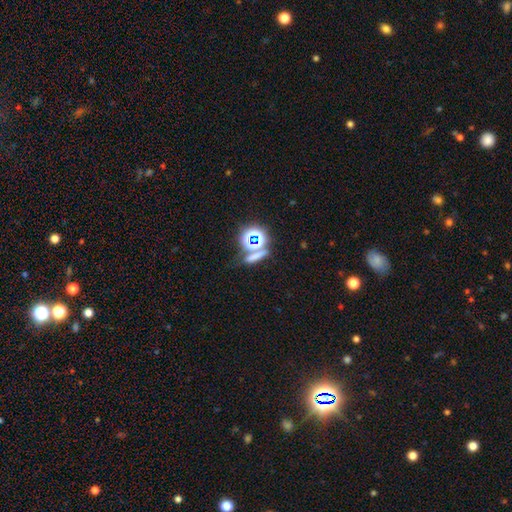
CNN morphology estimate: type=smooth (44%); merging=none (67%).